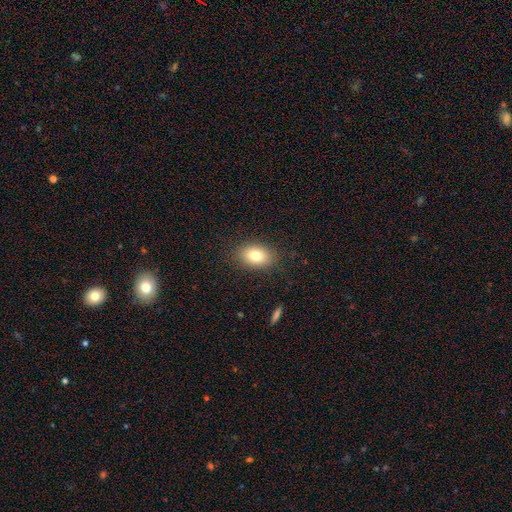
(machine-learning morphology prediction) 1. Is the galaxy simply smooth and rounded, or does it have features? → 78% smooth, 12% featured or disk, 10% star or artifact.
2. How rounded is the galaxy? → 79% in between, 19% round, 1% cigar-shaped.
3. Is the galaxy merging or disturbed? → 87% none, 9% minor disturbance, 3% major disturbance, 1% merger.